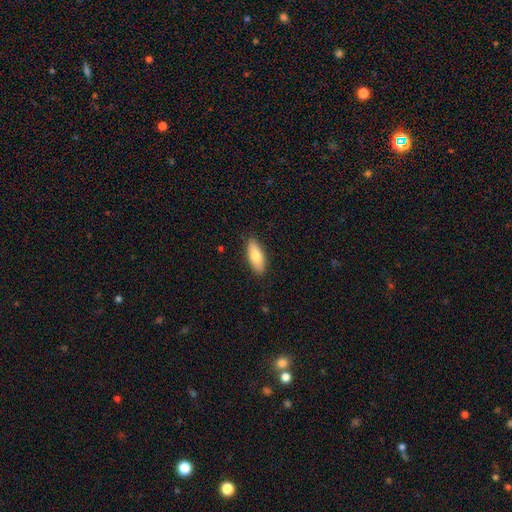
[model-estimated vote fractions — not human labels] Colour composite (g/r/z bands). It shows a smooth galaxy with no disk features (77%) that is in between round and cigar-shaped (73%). Merging: none (88%).